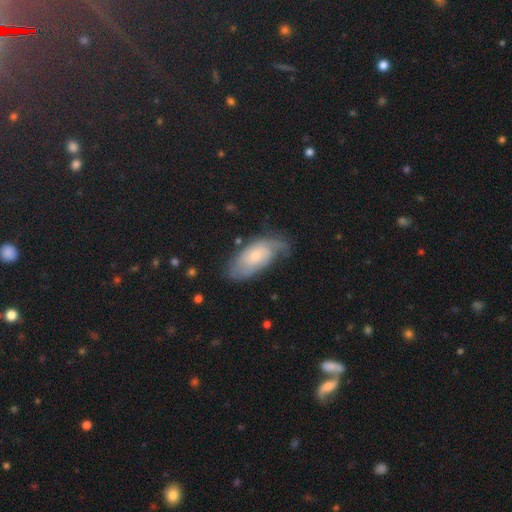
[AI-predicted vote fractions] featured or disk 63%, smooth 31%, star or artifact 6%. Down the decision tree: edge-on disk — no (93%); bar — no (71%); spiral arms — yes (86%); bulge size — small (61%); merging — none (56%).